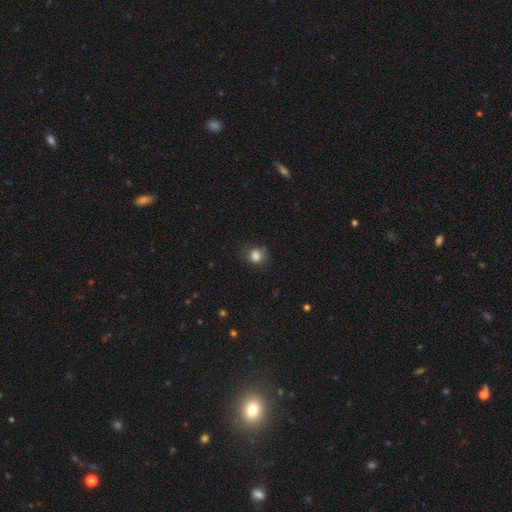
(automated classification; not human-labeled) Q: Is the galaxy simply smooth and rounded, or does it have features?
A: smooth — 83%.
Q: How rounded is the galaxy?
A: round — 72%.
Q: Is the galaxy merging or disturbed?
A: none — 67%.